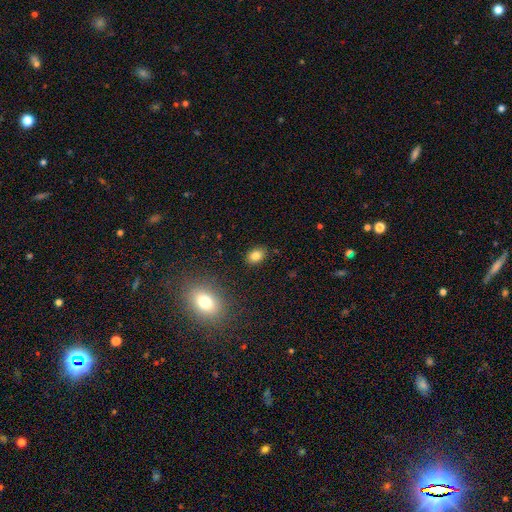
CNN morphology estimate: Q: Smooth or featured?
A: smooth (82%); runner-up: star or artifact (11%)
Q: How rounded?
A: in between (68%); runner-up: round (31%)
Q: Merging?
A: none (86%); runner-up: minor disturbance (10%)